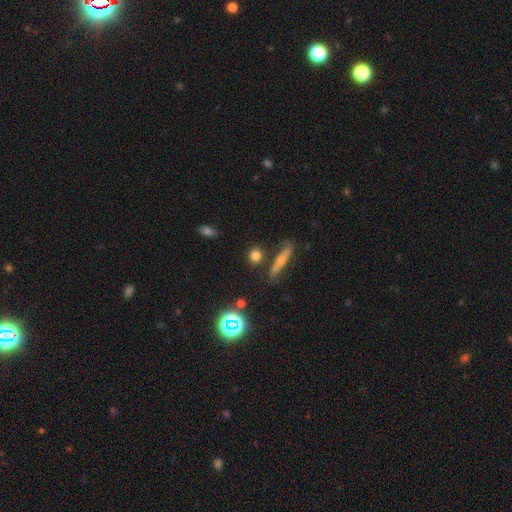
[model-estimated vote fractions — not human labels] A smooth galaxy with no disk features (75%) that is round (76%). Merging: none (80%).